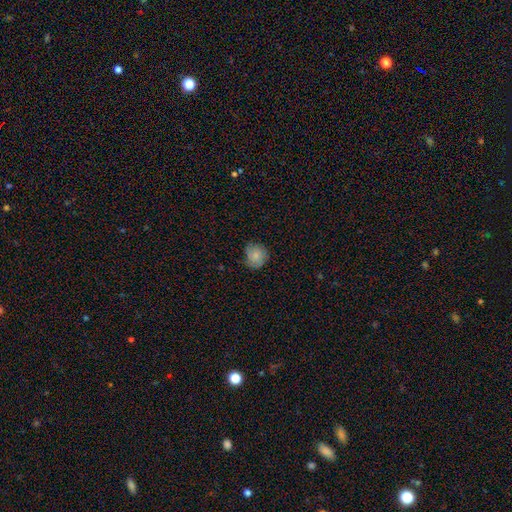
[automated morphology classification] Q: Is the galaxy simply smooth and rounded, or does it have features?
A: smooth — 79%.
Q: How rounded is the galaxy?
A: round — 83%.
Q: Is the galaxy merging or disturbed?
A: none — 72%.